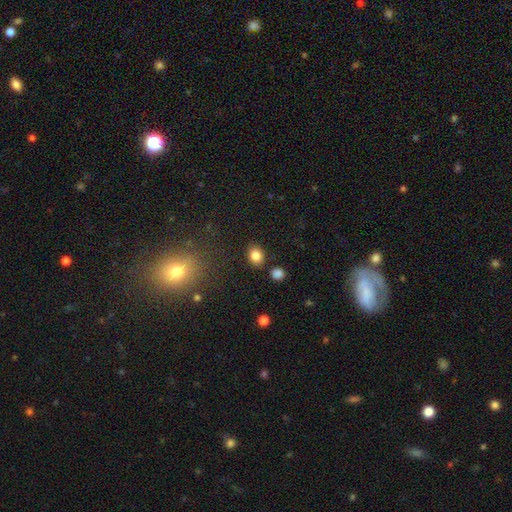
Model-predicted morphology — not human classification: This is clearly a smooth galaxy (84%). How rounded: possibly in between (56%). Merging: clearly none (83%).